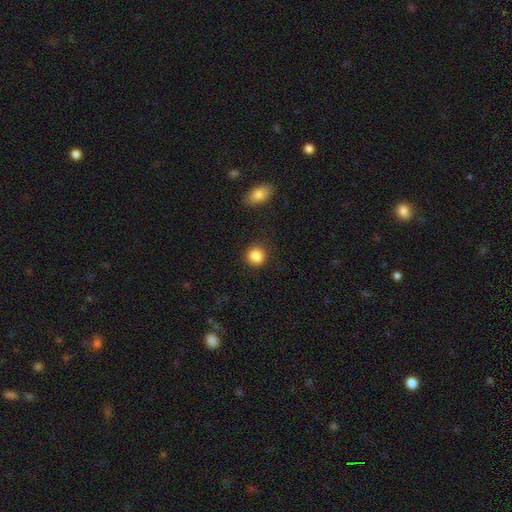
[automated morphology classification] type=smooth (87%); roundness=round (87%); merging=none (86%).